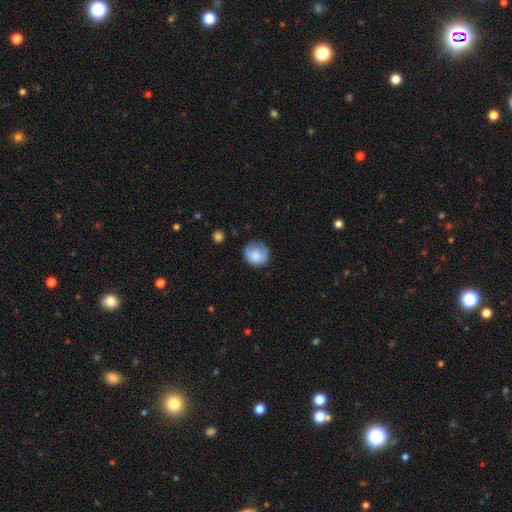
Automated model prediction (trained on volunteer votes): Smooth or featured? smooth (81%)
How rounded? round (85%)
Merging? none (69%)